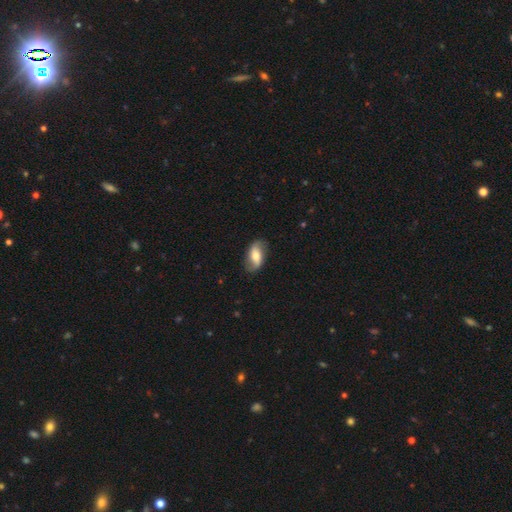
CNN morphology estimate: Smooth or featured? Predicted: featured or disk (p=0.62). Edge-on disk? Predicted: no (p=0.92). Bar? Predicted: no (p=0.38). Spiral arms? Predicted: yes (p=0.86). Bulge size? Predicted: moderate (p=0.63). Merging? Predicted: none (p=0.81).